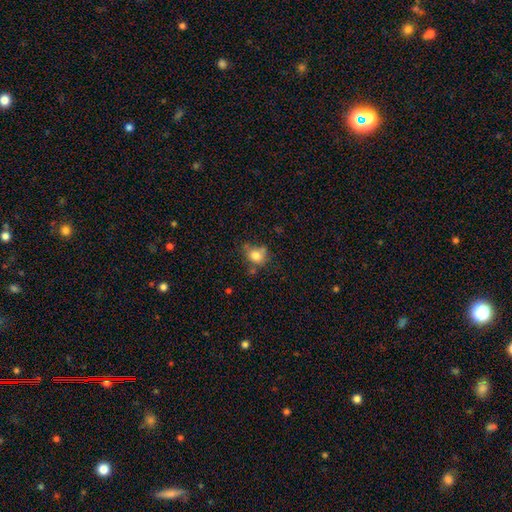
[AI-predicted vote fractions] Morphology: type=smooth (78%); roundness=round (55%); merging=none (50%).